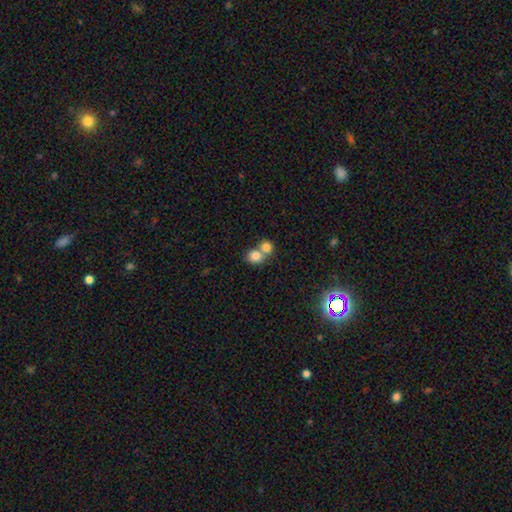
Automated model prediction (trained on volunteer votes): A smooth galaxy with no disk features (80%) that is round (74%).

Vote fractions:
- Smooth or featured? smooth: 80% / star or artifact: 10% / featured or disk: 10%
- How rounded? round: 74% / in between: 25% / cigar-shaped: 1%
- Merging? merger: 60% / none: 33% / minor disturbance: 5% / major disturbance: 2%